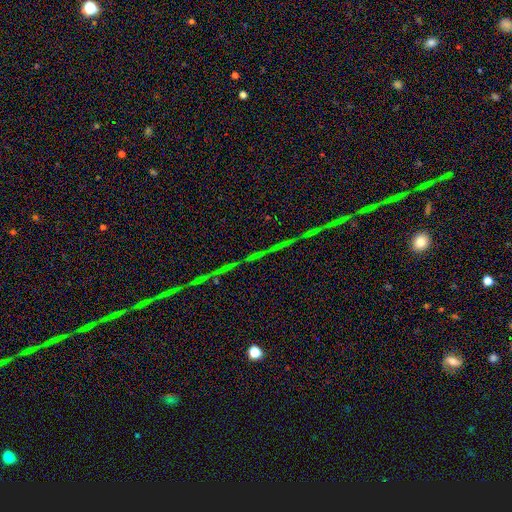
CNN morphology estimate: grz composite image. It shows a star or artifact, not a galaxy (82%).